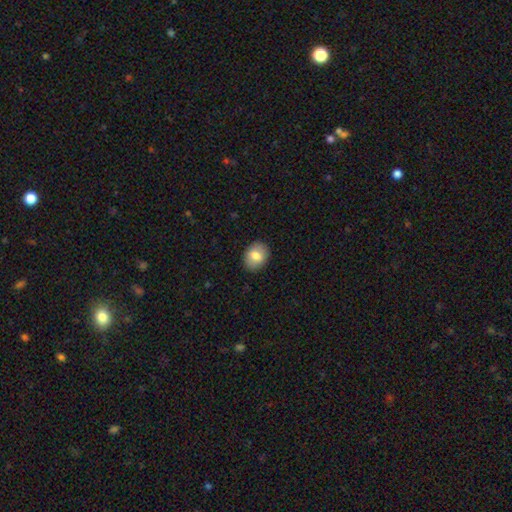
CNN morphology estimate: This appears to be a smooth galaxy with no disk features (78%) that is in between round and cigar-shaped (55%). Merging: none (88%).